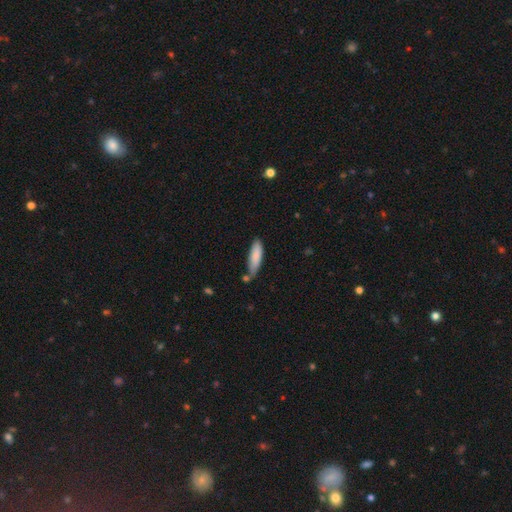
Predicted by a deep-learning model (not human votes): A smooth galaxy with no disk features (84%) that is cigar-shaped (59%).

Vote fractions:
- Smooth or featured? smooth: 84% / featured or disk: 10% / star or artifact: 6%
- How rounded? cigar-shaped: 59% / in between: 40% / round: 1%
- Merging? none: 57% / minor disturbance: 27% / merger: 10% / major disturbance: 6%